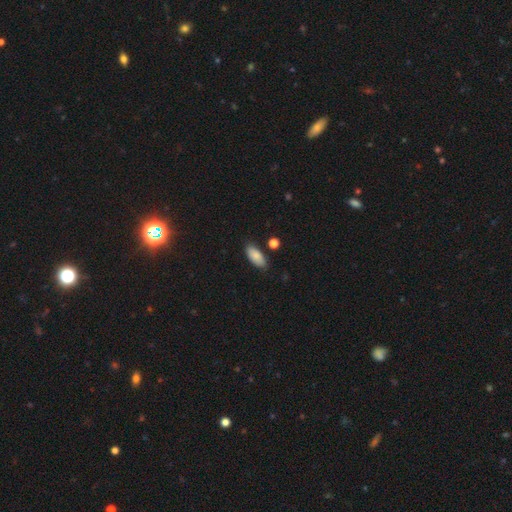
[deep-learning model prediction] Smooth or featured?
  - smooth: 86% *
  - featured or disk: 8%
  - star or artifact: 7%
How rounded?
  - in between: 89% *
  - cigar-shaped: 9%
  - round: 2%
Merging?
  - none: 81% *
  - minor disturbance: 13%
  - merger: 3%
  - major disturbance: 3%